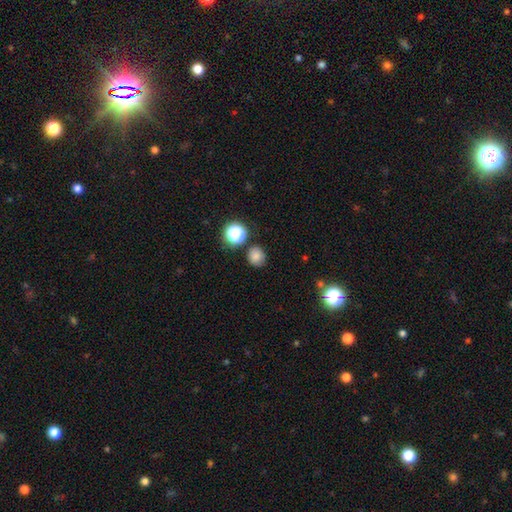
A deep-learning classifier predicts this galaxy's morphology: Smooth or featured? Predicted: smooth (p=0.80). How rounded? Predicted: round (p=0.82). Merging? Predicted: none (p=0.81).